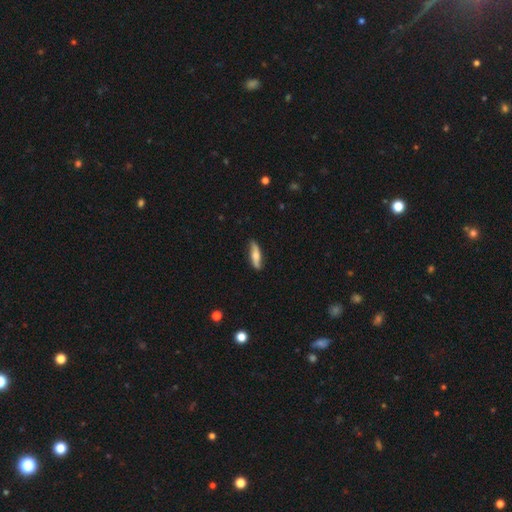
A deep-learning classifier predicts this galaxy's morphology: A smooth galaxy with no disk features (51%) that is cigar-shaped (62%). Merging: none (83%).